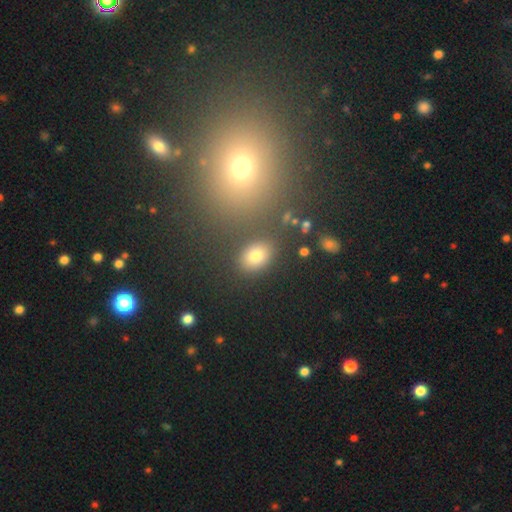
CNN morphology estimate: smooth_or_featured: smooth (p=0.75) [alt: star or artifact p=0.15]
how_rounded: in between (p=0.61) [alt: round p=0.37]
merging: none (p=0.83) [alt: minor disturbance p=0.09]